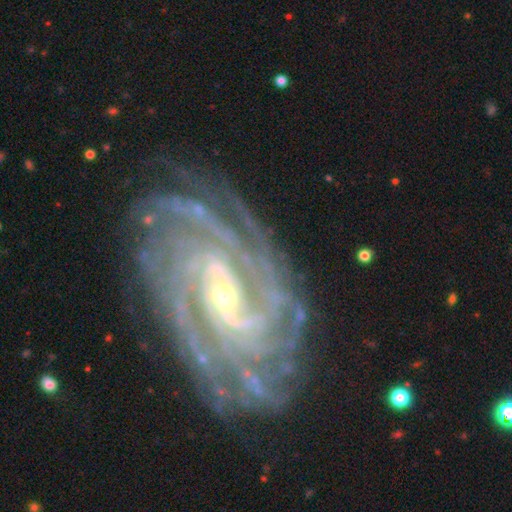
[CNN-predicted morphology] smooth-or-featured: featured or disk: 92% | star or artifact: 5% | smooth: 3%
  disk-edge-on: no: 97% | yes: 3%
    bar: weak: 40% | no: 35% | strong: 25%
    has-spiral-arms: yes: 99% | no: 1%
      spiral-winding: tight: 74% | medium: 22% | loose: 4%
      spiral-arm-count: more than 4: 24% | 4: 22% | can't tell: 17% | 3: 15% | 2: 14% | 1: 8%
    bulge-size: small: 59% | moderate: 37% | large: 2% | none: 1% | dominant: 1%
  merging: none: 79% | minor disturbance: 14% | major disturbance: 5% | merger: 1%